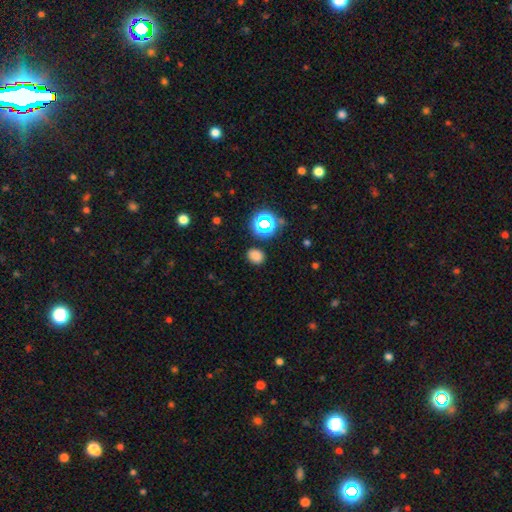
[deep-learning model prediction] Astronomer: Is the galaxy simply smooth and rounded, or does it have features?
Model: smooth — 74%.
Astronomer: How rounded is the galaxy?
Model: round — 51% (runner-up: in between, 48%).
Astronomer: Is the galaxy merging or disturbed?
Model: none — 85%.